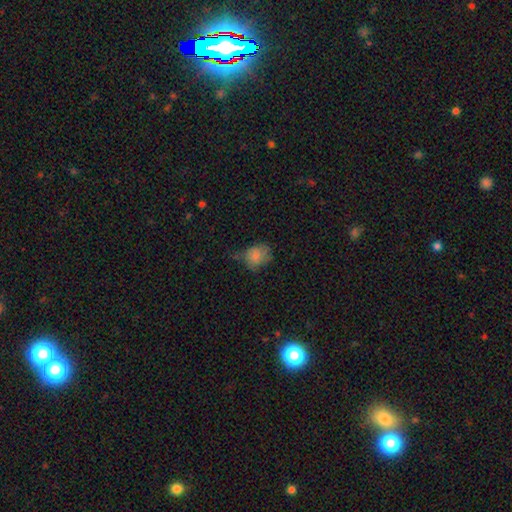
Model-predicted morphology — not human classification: A smooth galaxy with no disk features (76%) that is round (51%).

Vote fractions:
- Smooth or featured? smooth: 76% / featured or disk: 13% / star or artifact: 11%
- How rounded? round: 51% / in between: 48% / cigar-shaped: 1%
- Merging? none: 39% / minor disturbance: 37% / major disturbance: 20% / merger: 4%